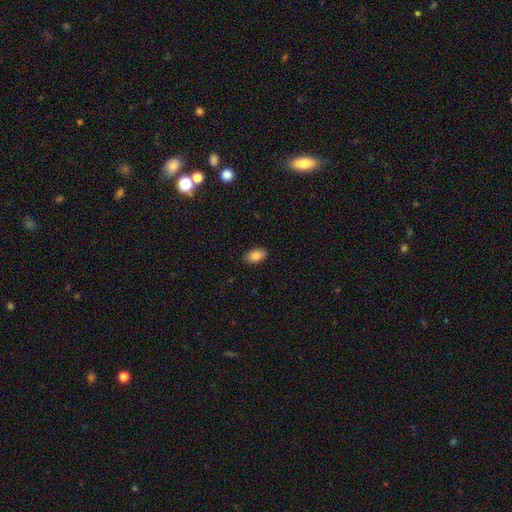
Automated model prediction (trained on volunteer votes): Morphology: type=smooth (85%); roundness=in between (93%); merging=none (88%).